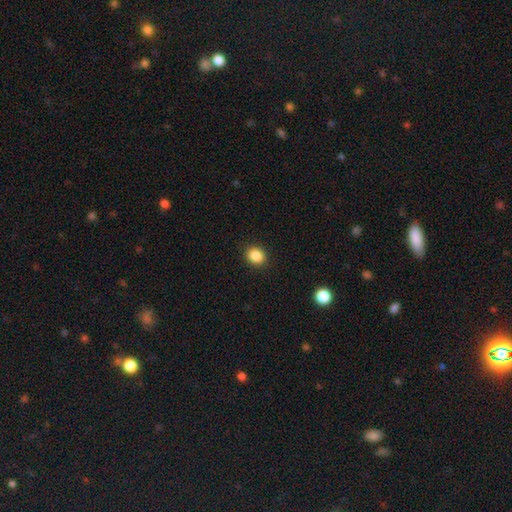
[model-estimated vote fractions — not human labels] Q: Smooth or featured?
A: smooth (87%); runner-up: star or artifact (10%)
Q: How rounded?
A: round (68%); runner-up: in between (32%)
Q: Merging?
A: none (91%); runner-up: minor disturbance (6%)